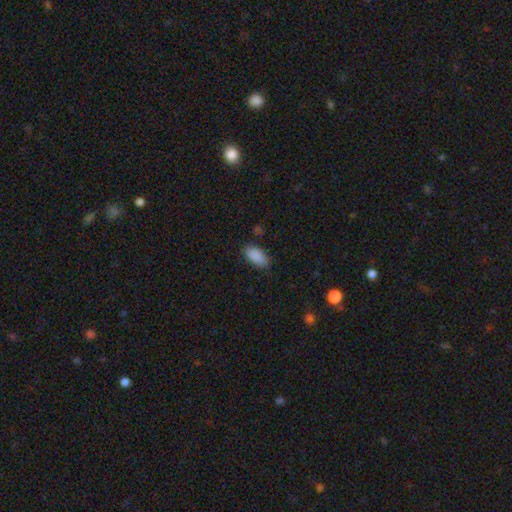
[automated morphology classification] This is clearly a smooth galaxy (89%). How rounded: clearly in between (93%). Merging: clearly none (82%).